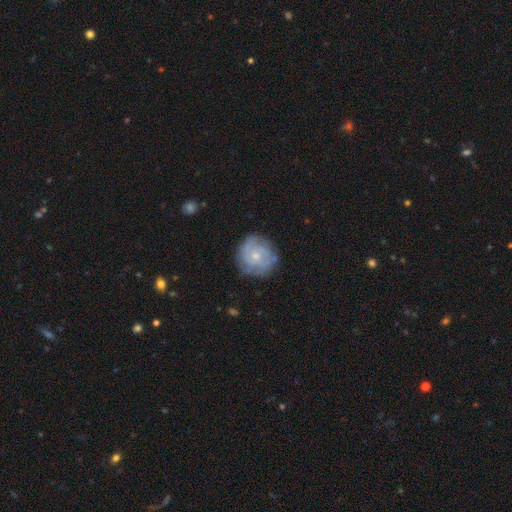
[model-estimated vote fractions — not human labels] A featured or disk galaxy (74%) with no bar (73%), 2 (36%) tight (61%) spiral arms (91%) and a small central bulge (64%).

Vote fractions:
- Smooth or featured? featured or disk: 74% / smooth: 21% / star or artifact: 6%
- Edge-on disk? no: 98% / yes: 2%
- Bar? no: 73% / weak: 24% / strong: 3%
- Spiral arms? yes: 91% / no: 9%
- Spiral winding? tight: 61% / medium: 30% / loose: 8%
- Spiral arm count? 2: 36% / can't tell: 29% / 3: 20% / 4: 6% / 1: 5% / more than 4: 4%
- Bulge size? small: 64% / moderate: 31% / none: 3% / large: 1% / dominant: 1%
- Merging? none: 77% / minor disturbance: 16% / major disturbance: 5% / merger: 1%